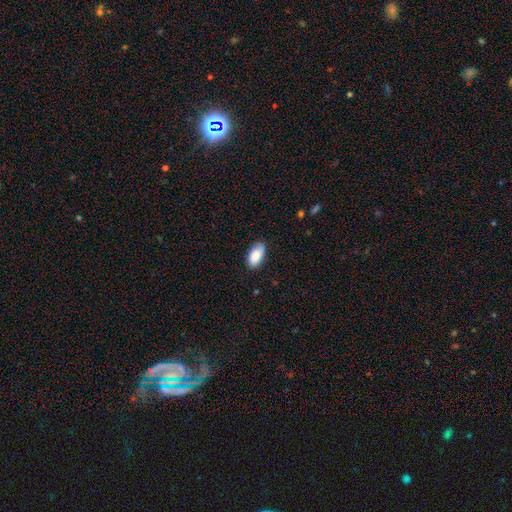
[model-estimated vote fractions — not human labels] Smooth or featured? Predicted: smooth (p=0.88). How rounded? Predicted: in between (p=0.94). Merging? Predicted: none (p=0.83).